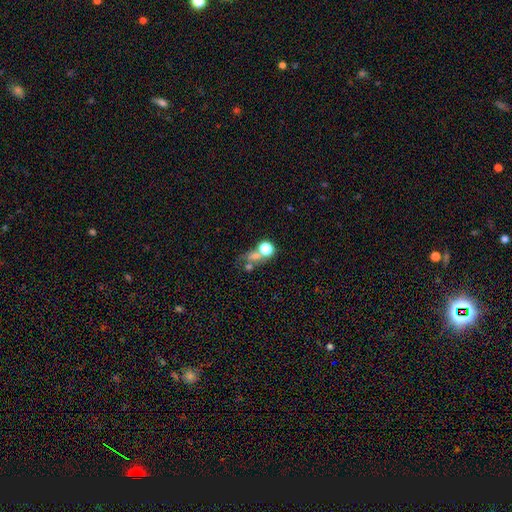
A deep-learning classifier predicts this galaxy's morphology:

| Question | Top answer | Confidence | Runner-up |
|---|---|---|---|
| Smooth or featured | smooth | 52% | star or artifact (30%) |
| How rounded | round | 73% | in between (24%) |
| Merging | merger | 39% | tied: none (39%) |